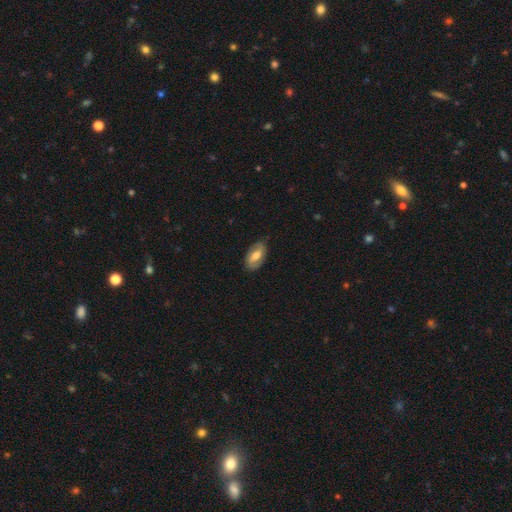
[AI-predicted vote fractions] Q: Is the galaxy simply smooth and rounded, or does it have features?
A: smooth — 48%.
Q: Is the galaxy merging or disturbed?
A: none — 81%.